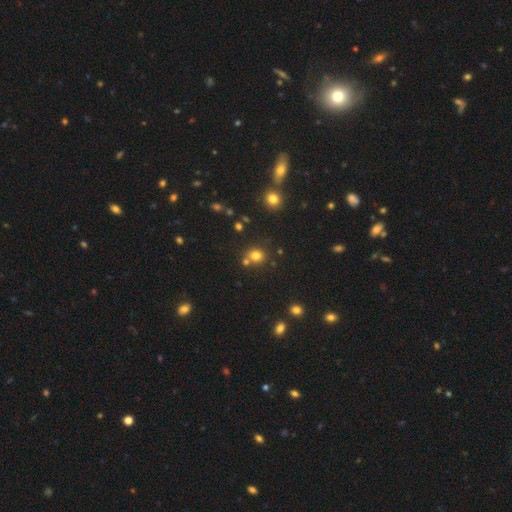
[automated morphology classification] A smooth galaxy with no disk features (77%) that is round (83%). Merging: none (67%).